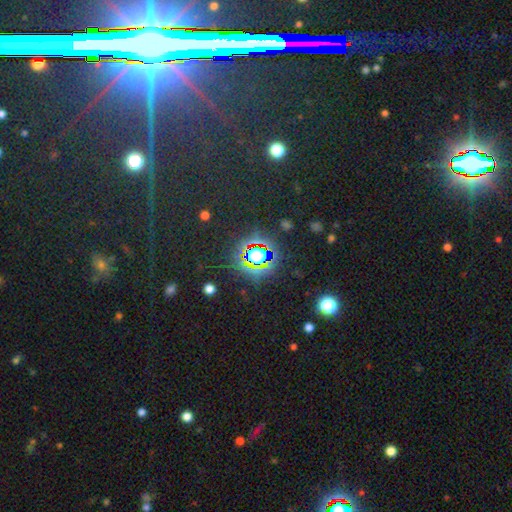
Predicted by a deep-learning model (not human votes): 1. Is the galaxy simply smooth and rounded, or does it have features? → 71% star or artifact, 19% smooth, 10% featured or disk.